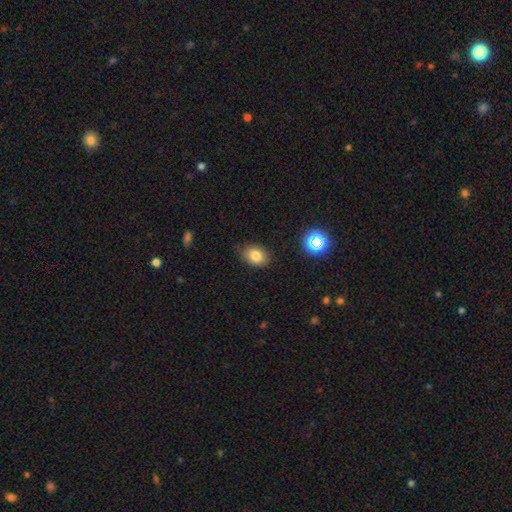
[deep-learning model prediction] smooth 80%, star or artifact 13%, featured or disk 8%. Down the decision tree: how rounded — in between (70%); merging — none (78%).